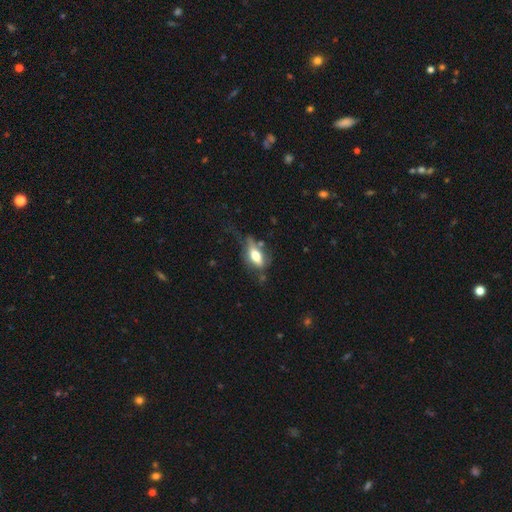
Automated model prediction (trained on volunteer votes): Morphology: type=smooth (59%); roundness=in between (78%); merging=none (40%).